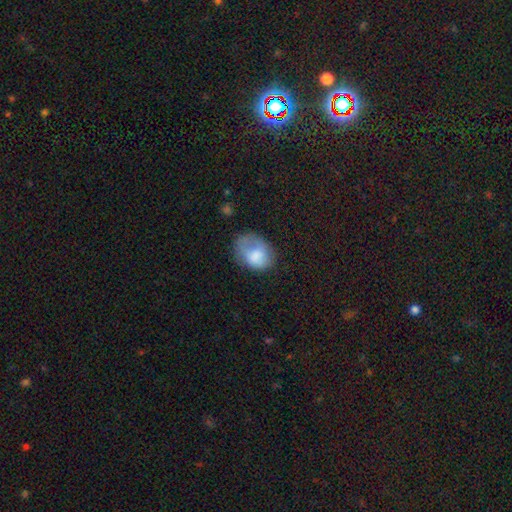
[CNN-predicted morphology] Overall: smooth (72%). How rounded: in between (73%). Merging: none (35%; minor disturbance 32%).